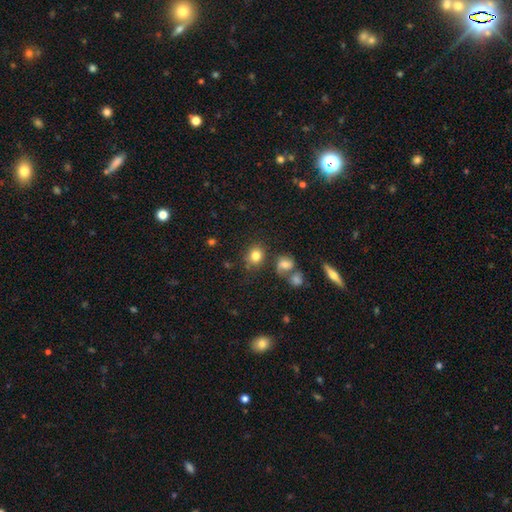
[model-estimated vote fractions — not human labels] A smooth galaxy with no disk features (81%) that is round (74%).

Vote fractions:
- Smooth or featured? smooth: 81% / star or artifact: 11% / featured or disk: 8%
- How rounded? round: 74% / in between: 25% / cigar-shaped: 1%
- Merging? none: 75% / minor disturbance: 12% / merger: 9% / major disturbance: 4%